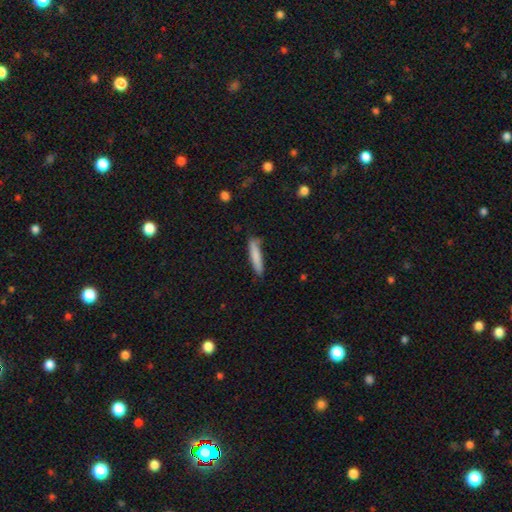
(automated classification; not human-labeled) Smooth or featured?
  - smooth: 81% *
  - featured or disk: 13%
  - star or artifact: 6%
How rounded?
  - cigar-shaped: 89% *
  - in between: 10%
  - round: 1%
Merging?
  - none: 79% *
  - minor disturbance: 16%
  - major disturbance: 3%
  - merger: 2%